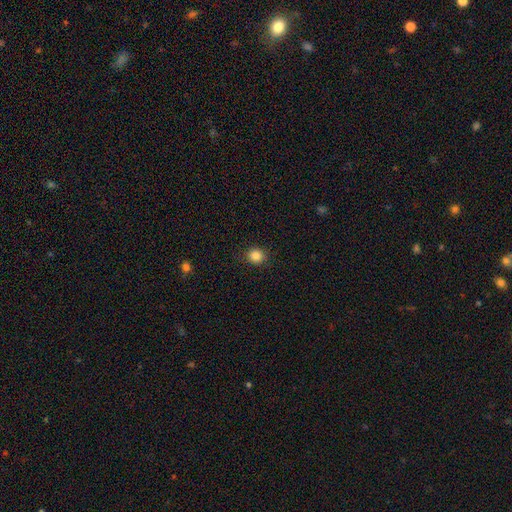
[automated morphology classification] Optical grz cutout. It shows a smooth galaxy with no disk features (85%) that is round (87%). Merging: none (90%).